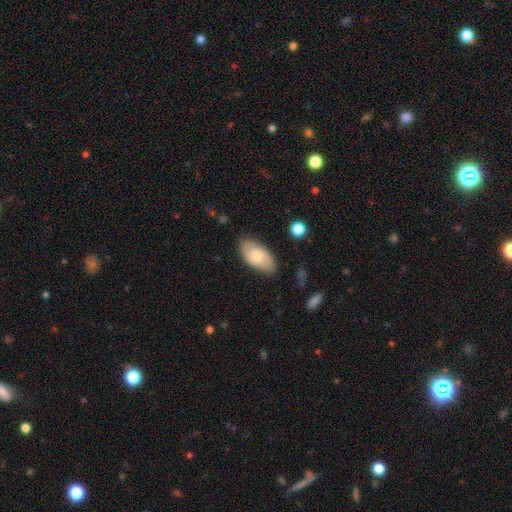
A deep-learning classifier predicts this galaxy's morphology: A smooth galaxy with no disk features (62%) that is in between round and cigar-shaped (94%). Merging: none (81%).